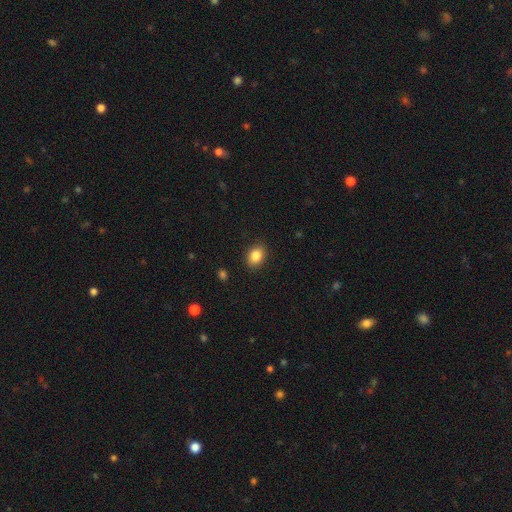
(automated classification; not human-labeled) Smooth or featured?
  - smooth: 85% *
  - star or artifact: 9%
  - featured or disk: 6%
How rounded?
  - in between: 65% *
  - round: 34%
  - cigar-shaped: 1%
Merging?
  - none: 88% *
  - minor disturbance: 8%
  - major disturbance: 2%
  - merger: 1%